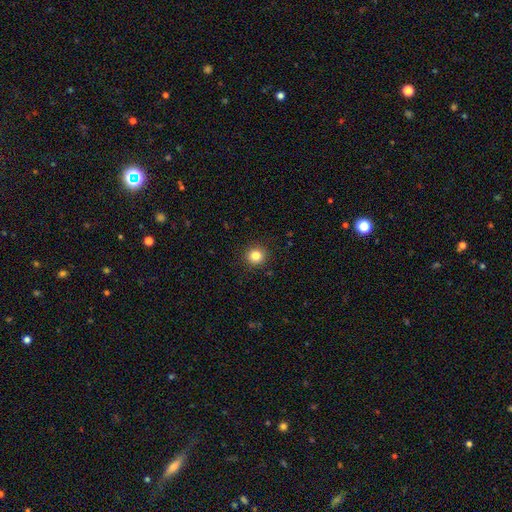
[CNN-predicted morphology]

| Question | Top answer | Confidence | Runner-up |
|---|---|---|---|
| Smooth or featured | smooth | 83% | star or artifact (12%) |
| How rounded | round | 93% | in between (6%) |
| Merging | none | 92% | minor disturbance (5%) |